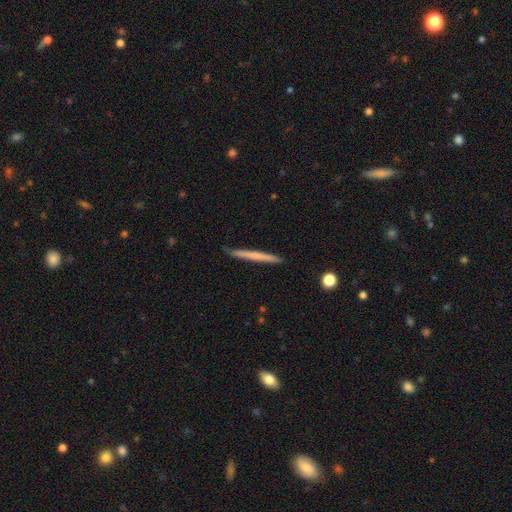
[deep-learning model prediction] The model was most divided on "smooth or featured": smooth: 58%, featured or disk: 37%, star or artifact: 5%. More confident: how rounded — cigar-shaped (97%); merging — none (90%).